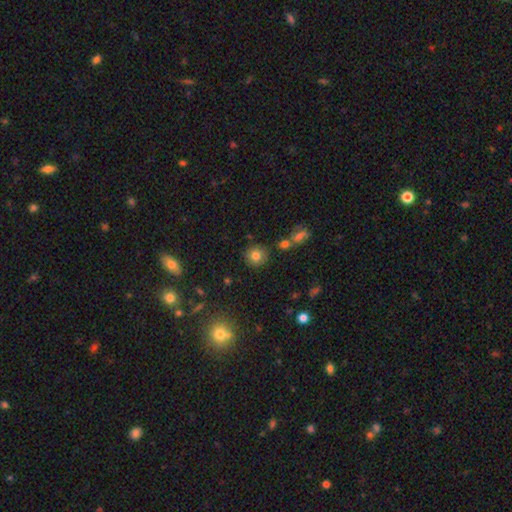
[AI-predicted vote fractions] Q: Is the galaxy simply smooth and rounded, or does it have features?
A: smooth — 79%.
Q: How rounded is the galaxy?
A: round — 90%.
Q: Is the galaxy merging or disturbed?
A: none — 82%.